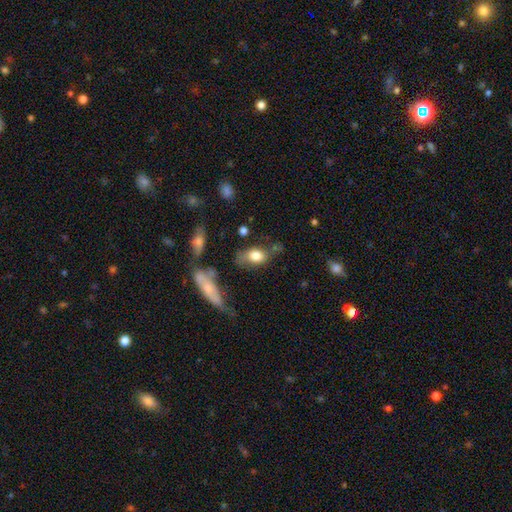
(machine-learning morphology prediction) smooth 74%, featured or disk 18%, star or artifact 8%. Down the decision tree: how rounded — in between (83%); merging — none (51%).